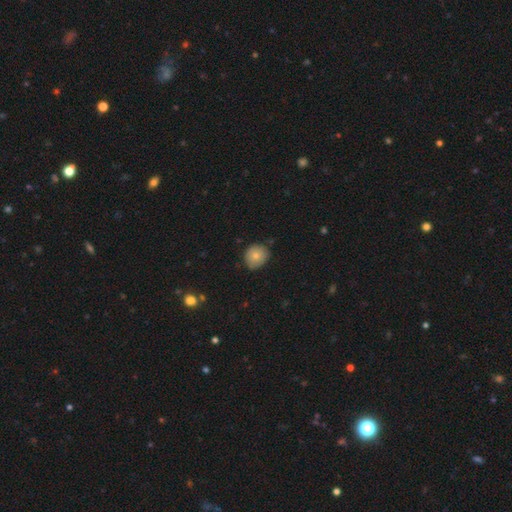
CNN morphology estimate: smooth 78%, featured or disk 12%, star or artifact 9%. Down the decision tree: how rounded — round (79%); merging — none (77%).